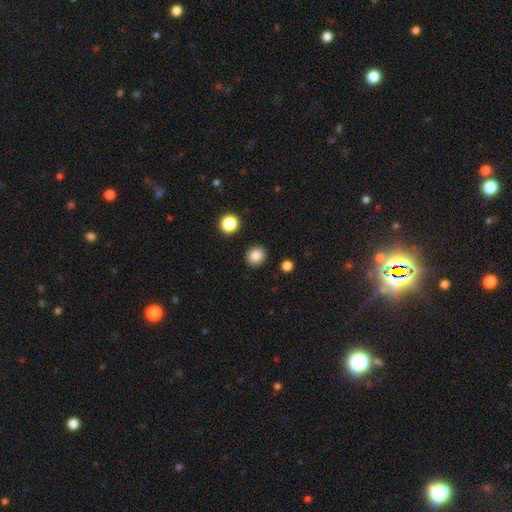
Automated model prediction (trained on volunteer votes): The model was most divided on "how rounded": round: 82%, in between: 17%, cigar-shaped: 1%. More confident: merging — none (90%); smooth or featured — smooth (86%).